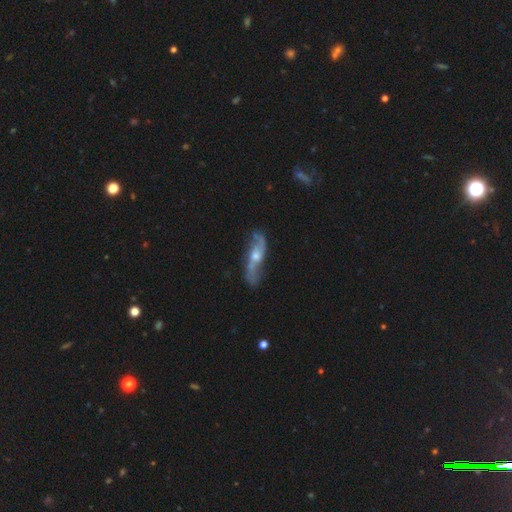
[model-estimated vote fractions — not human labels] smooth-or-featured: featured or disk: 81% | smooth: 13% | star or artifact: 6%
  disk-edge-on: no: 79% | yes: 21%
    bar: no: 57% | weak: 33% | strong: 10%
    has-spiral-arms: yes: 92% | no: 8%
      spiral-winding: loose: 74% | medium: 19% | tight: 7%
      spiral-arm-count: 2: 90% | can't tell: 5% | 1: 2% | 3: 1% | 4: 1% | more than 4: 1%
    bulge-size: moderate: 58% | small: 35% | large: 4% | none: 2% | dominant: 1%
  merging: none: 69% | minor disturbance: 20% | major disturbance: 8% | merger: 3%